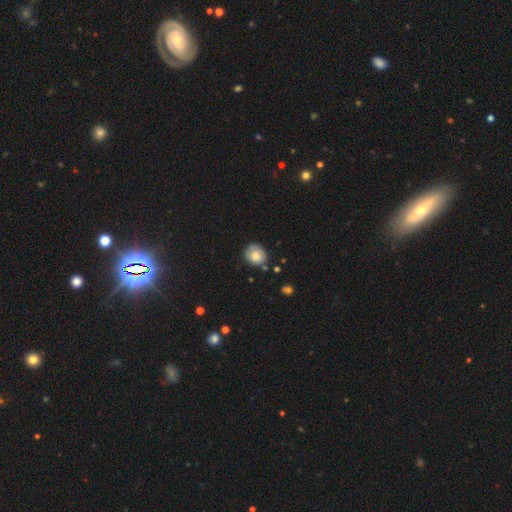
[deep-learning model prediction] Smooth or featured? smooth (76%)
How rounded? round (75%)
Merging? none (70%)